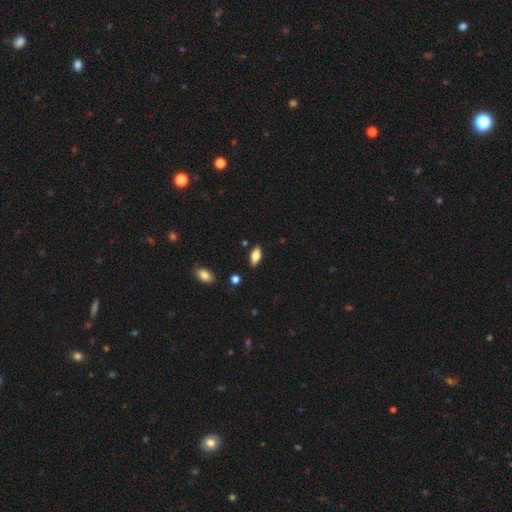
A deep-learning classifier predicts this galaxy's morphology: Smooth or featured? smooth (69%)
How rounded? in between (82%)
Merging? none (85%)